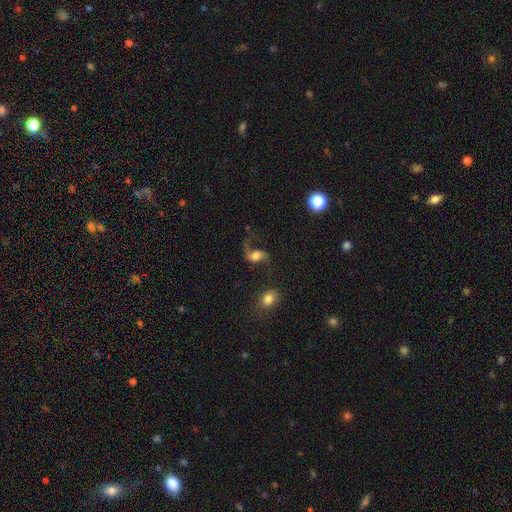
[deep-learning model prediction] This is likely a featured or disk galaxy (65%). It is clearly not viewed edge-on (96%). Bar: possibly no (55%). Spiral arm pattern: clearly yes (90%). Spiral arm count: likely 2 (76%). Spiral winding: clearly loose (82%). Central bulge: marginally moderate (39%). Merging: possibly none (47%).